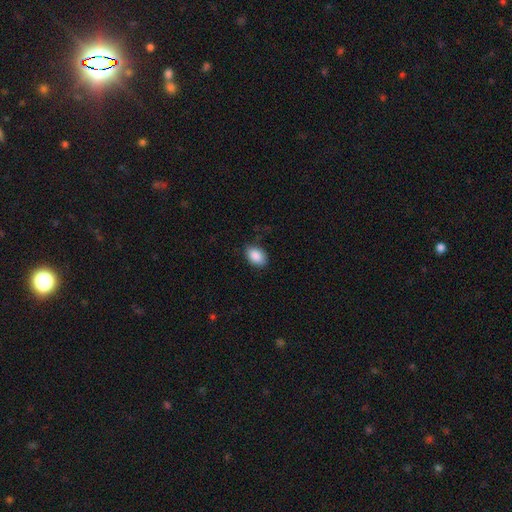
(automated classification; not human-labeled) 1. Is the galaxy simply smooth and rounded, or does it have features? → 89% smooth, 7% star or artifact, 4% featured or disk.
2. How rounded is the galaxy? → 87% in between, 12% round, 1% cigar-shaped.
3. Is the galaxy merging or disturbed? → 80% none, 15% minor disturbance, 3% major disturbance, 1% merger.